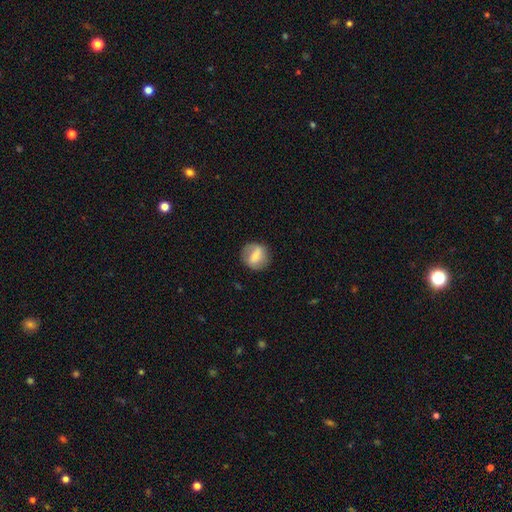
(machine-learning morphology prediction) smooth-or-featured: smooth: 59% | featured or disk: 34% | star or artifact: 7%
  how-rounded: round: 77% | in between: 21% | cigar-shaped: 2%
  merging: none: 81% | minor disturbance: 13% | major disturbance: 5% | merger: 1%